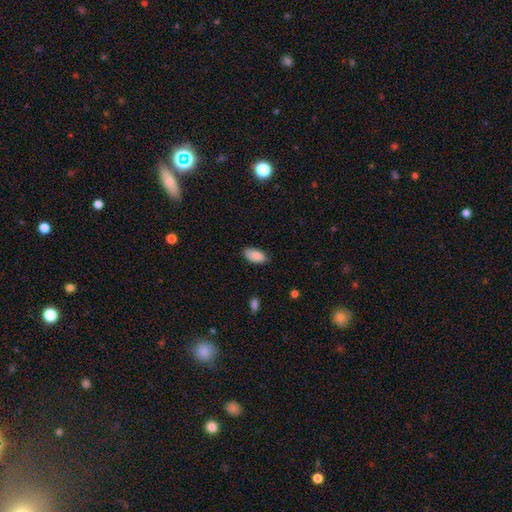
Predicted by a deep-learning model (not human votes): Q: Smooth or featured?
A: smooth (87%); runner-up: star or artifact (7%)
Q: How rounded?
A: in between (94%); runner-up: cigar-shaped (3%)
Q: Merging?
A: none (76%); runner-up: minor disturbance (20%)